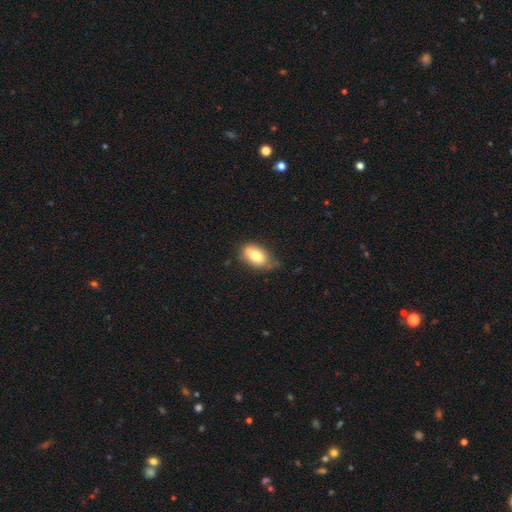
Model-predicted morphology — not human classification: Overall: smooth (76%). How rounded: in between (90%). Merging: none (57%; minor disturbance 34%).